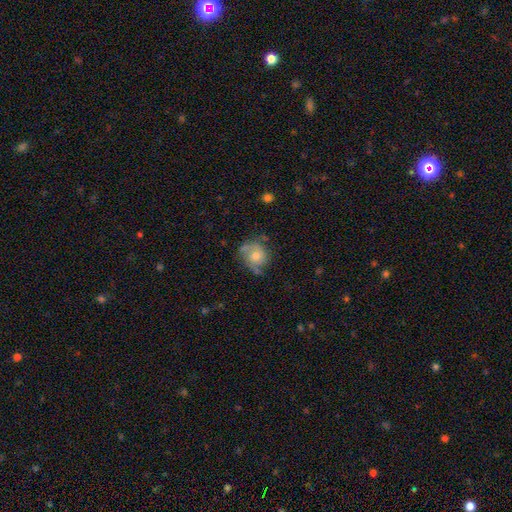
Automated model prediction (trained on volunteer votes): Morphology: type=smooth (47%); merging=none (60%).